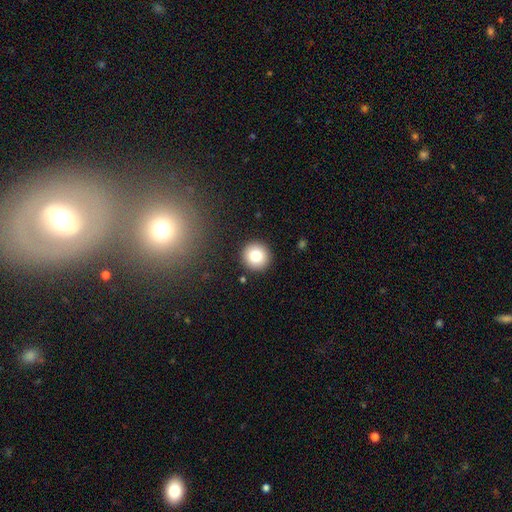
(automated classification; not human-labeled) smooth-or-featured: smooth: 79% | star or artifact: 11% | featured or disk: 10%
  how-rounded: round: 95% | in between: 4% | cigar-shaped: 1%
  merging: none: 91% | minor disturbance: 5% | major disturbance: 2% | merger: 1%